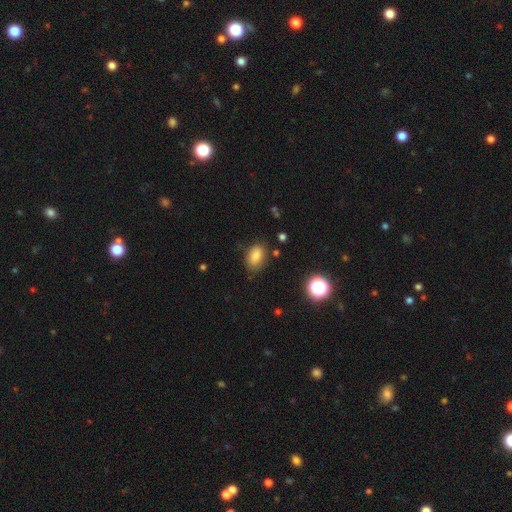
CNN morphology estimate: A smooth galaxy with no disk features (83%) that is in between round and cigar-shaped (86%).

Vote fractions:
- Smooth or featured? smooth: 83% / star or artifact: 10% / featured or disk: 6%
- How rounded? in between: 86% / round: 12% / cigar-shaped: 2%
- Merging? none: 79% / minor disturbance: 16% / major disturbance: 4% / merger: 2%